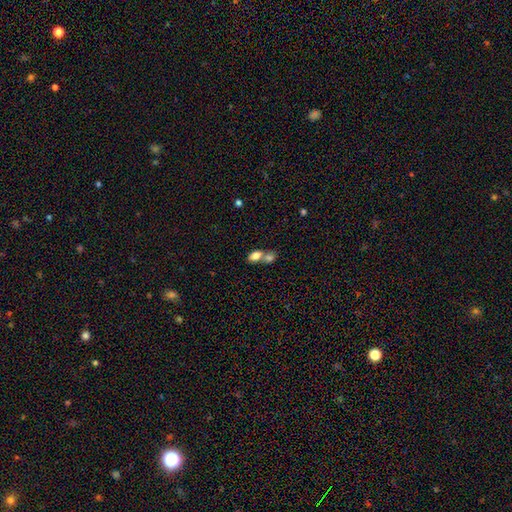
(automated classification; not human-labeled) Smooth or featured? Predicted: smooth (p=0.79). How rounded? Predicted: in between (p=0.83). Merging? Predicted: merger (p=0.63).